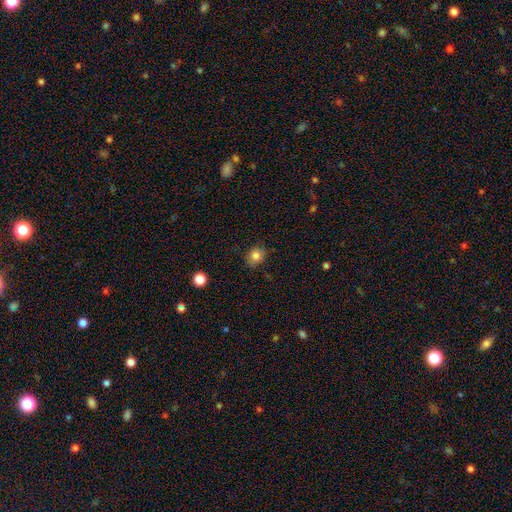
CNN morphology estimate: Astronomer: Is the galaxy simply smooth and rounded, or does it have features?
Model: smooth — 81%.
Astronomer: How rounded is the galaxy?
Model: round — 62% (runner-up: in between, 37%).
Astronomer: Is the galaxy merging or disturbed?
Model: none — 82%.